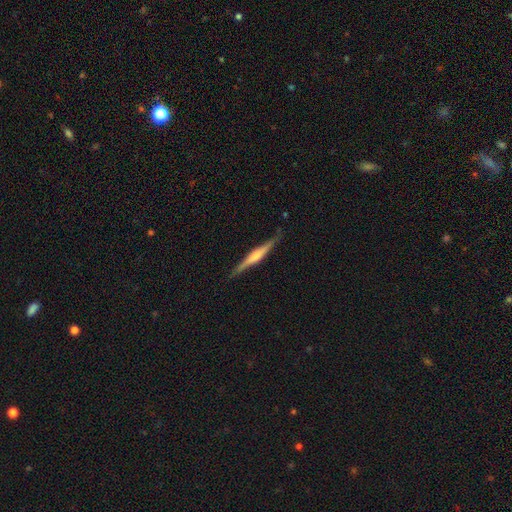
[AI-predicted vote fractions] Smooth or featured? featured or disk (70%)
Edge-on disk? yes (97%)
Edge-on bulge? rounded (63%)
Merging? none (85%)